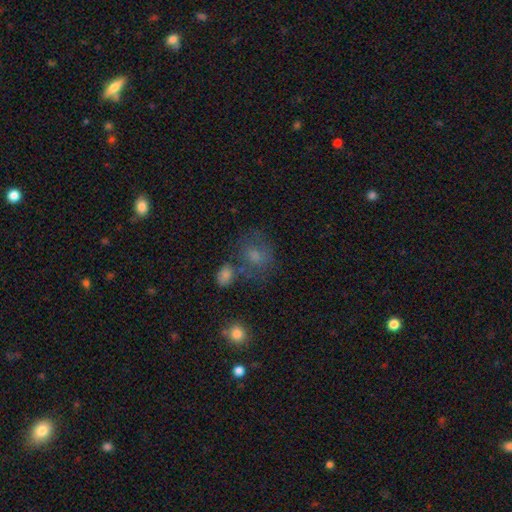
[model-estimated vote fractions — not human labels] smooth_or_featured: smooth (p=0.62) [alt: featured or disk p=0.22]
how_rounded: round (p=0.52) [alt: in between p=0.46]
merging: none (p=0.51) [alt: minor disturbance p=0.20]